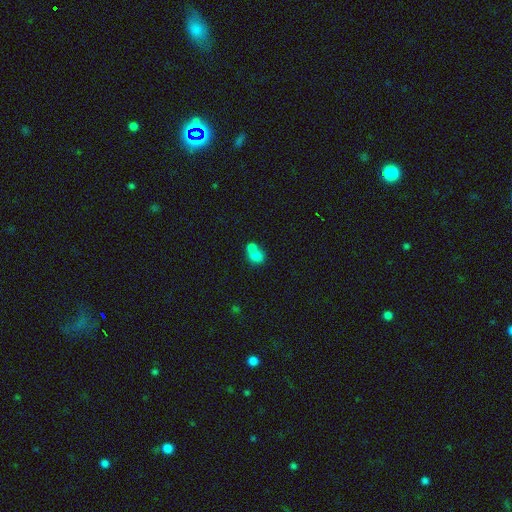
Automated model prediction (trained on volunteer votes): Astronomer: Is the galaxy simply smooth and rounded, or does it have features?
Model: smooth — 76%.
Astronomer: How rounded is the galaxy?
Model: round — 66%.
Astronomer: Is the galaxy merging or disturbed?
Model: merger — 63%.